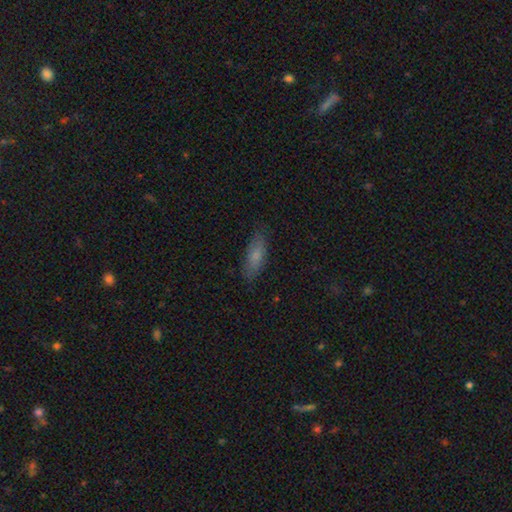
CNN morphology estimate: Overall: smooth (76%). How rounded: in between (63%; cigar-shaped 34%). Merging: none (81%).